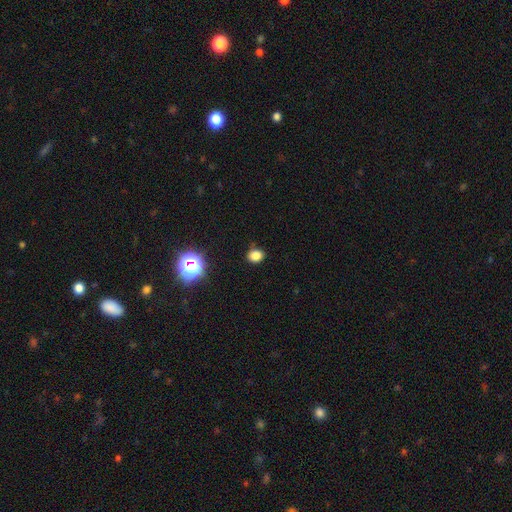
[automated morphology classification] The model was most divided on "how rounded": round: 55%, in between: 44%, cigar-shaped: 1%. More confident: merging — none (84%); smooth or featured — smooth (80%).